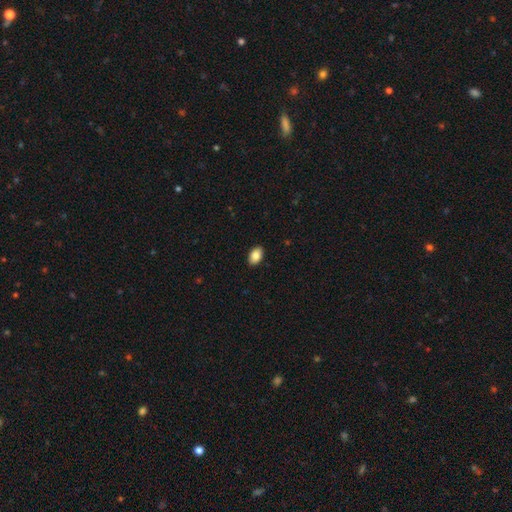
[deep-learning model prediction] smooth_or_featured: smooth (p=0.86) [alt: star or artifact p=0.07]
how_rounded: in between (p=0.91) [alt: round p=0.08]
merging: none (p=0.90) [alt: minor disturbance p=0.07]